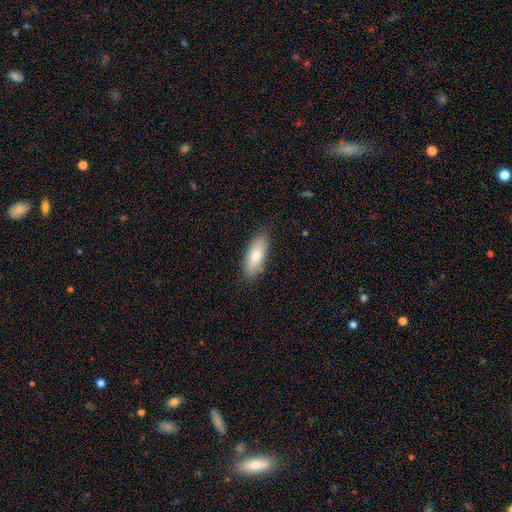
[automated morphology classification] Smooth or featured? Predicted: smooth (p=0.78). How rounded? Predicted: in between (p=0.77). Merging? Predicted: none (p=0.83).